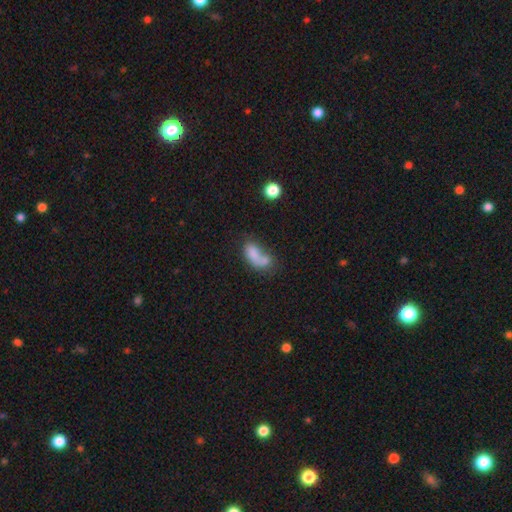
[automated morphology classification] smooth-or-featured: smooth: 70% | featured or disk: 20% | star or artifact: 10%
  how-rounded: in between: 84% | round: 9% | cigar-shaped: 7%
  merging: merger: 41% | none: 25% | major disturbance: 20% | minor disturbance: 14%